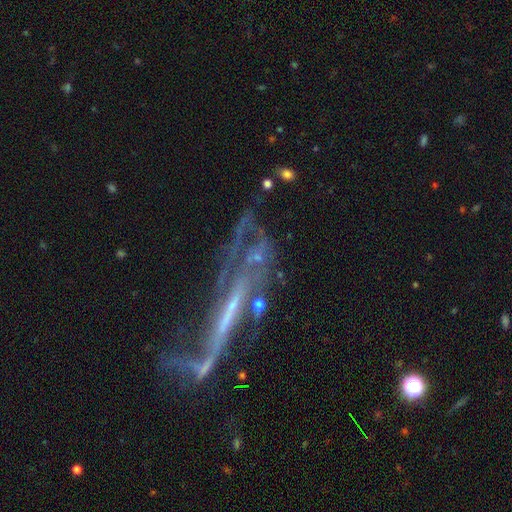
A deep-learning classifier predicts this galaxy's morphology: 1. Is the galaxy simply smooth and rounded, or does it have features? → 74% featured or disk, 13% star or artifact, 13% smooth.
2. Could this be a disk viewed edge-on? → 72% no, 28% yes.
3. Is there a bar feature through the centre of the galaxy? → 46% no, 30% strong, 24% weak.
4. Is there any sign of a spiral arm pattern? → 67% yes, 33% no.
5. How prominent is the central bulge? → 49% small, 25% none, 20% moderate, 3% large, 2% dominant.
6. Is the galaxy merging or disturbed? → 45% none, 25% major disturbance, 18% minor disturbance, 12% merger.